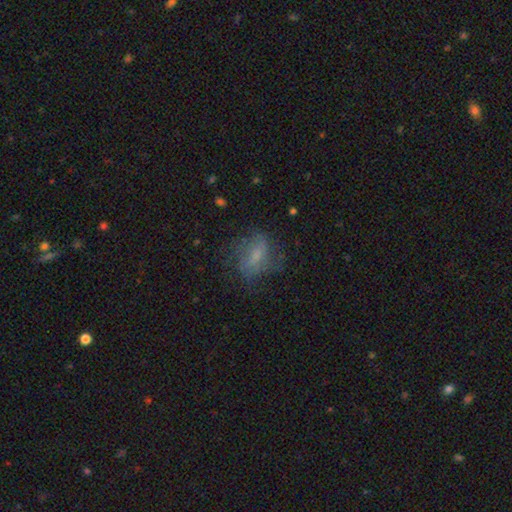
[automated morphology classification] Smooth or featured? Predicted: smooth (p=0.46). Merging? Predicted: none (p=0.55).